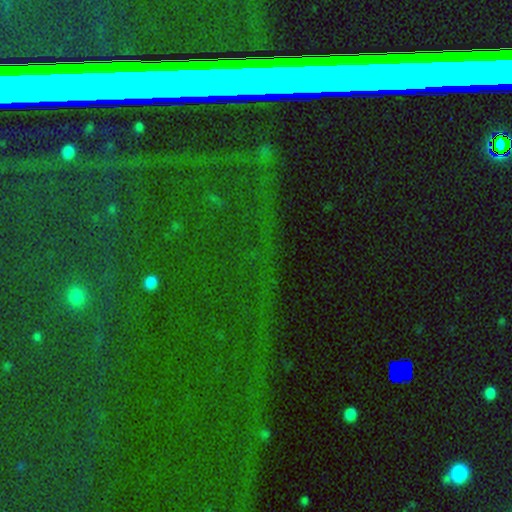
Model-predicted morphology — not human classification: Smooth or featured?
  - star or artifact: 78% *
  - featured or disk: 11%
  - smooth: 11%